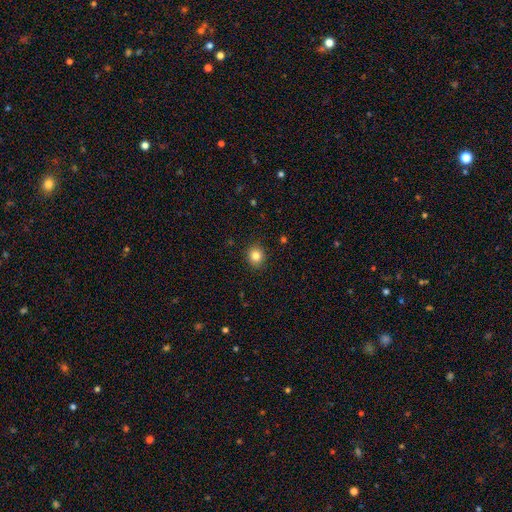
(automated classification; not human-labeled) Morphology: type=smooth (83%); roundness=round (83%); merging=none (91%).